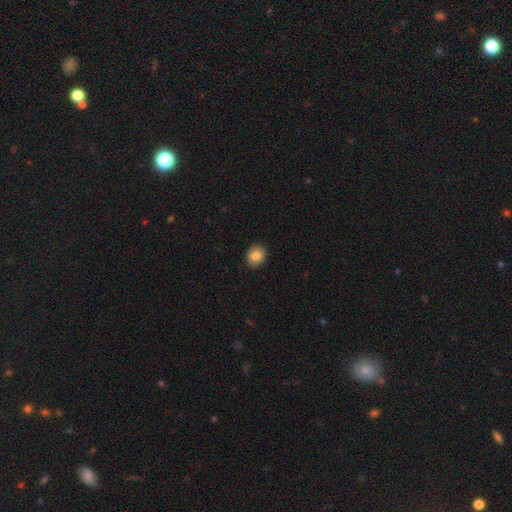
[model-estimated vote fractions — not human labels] A smooth galaxy with no disk features (85%) that is round (58%). Merging: none (89%).